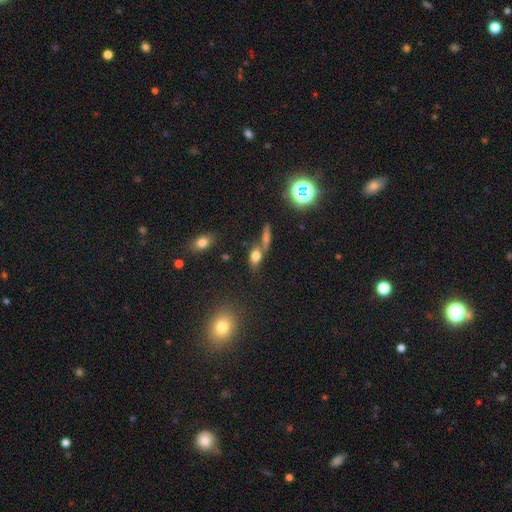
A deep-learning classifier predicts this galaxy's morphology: Smooth or featured? Predicted: smooth (p=0.70). How rounded? Predicted: in between (p=0.71). Merging? Predicted: none (p=0.45).